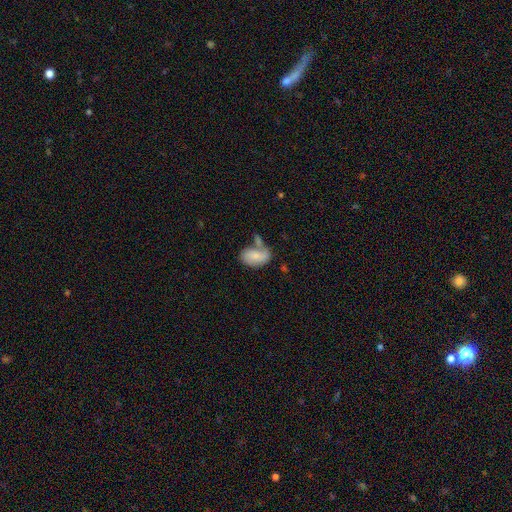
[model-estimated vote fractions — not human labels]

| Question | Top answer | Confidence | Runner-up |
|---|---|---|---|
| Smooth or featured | smooth | 67% | featured or disk (26%) |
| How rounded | in between | 91% | round (8%) |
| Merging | none | 36% | merger (31%) |